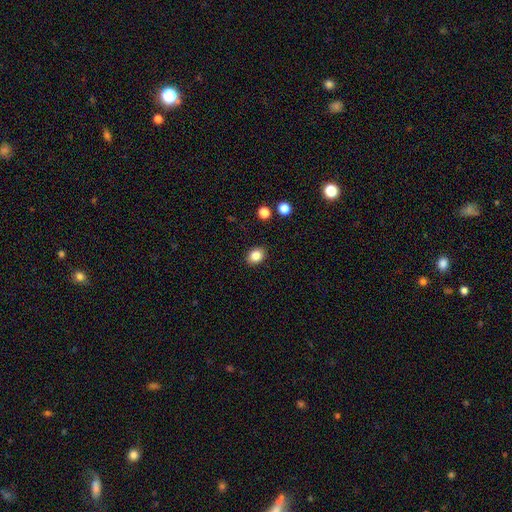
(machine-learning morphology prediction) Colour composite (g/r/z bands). It shows a smooth galaxy with no disk features (84%) that is in between round and cigar-shaped (57%). Merging: none (89%).